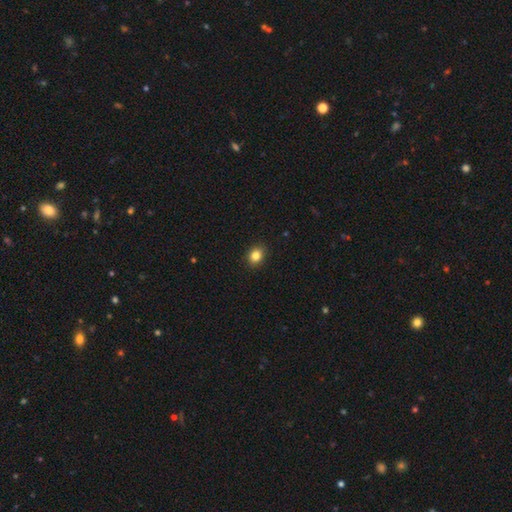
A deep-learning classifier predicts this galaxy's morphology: smooth 84%, star or artifact 11%, featured or disk 5%. Down the decision tree: how rounded — round (50%); merging — none (90%).